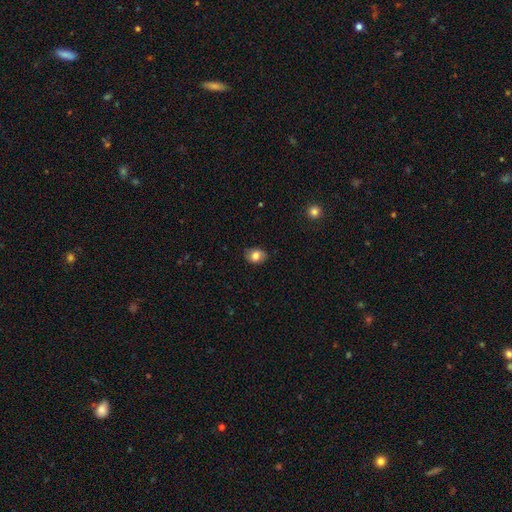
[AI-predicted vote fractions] A smooth galaxy with no disk features (79%) that is in between round and cigar-shaped (66%). Merging: none (78%).